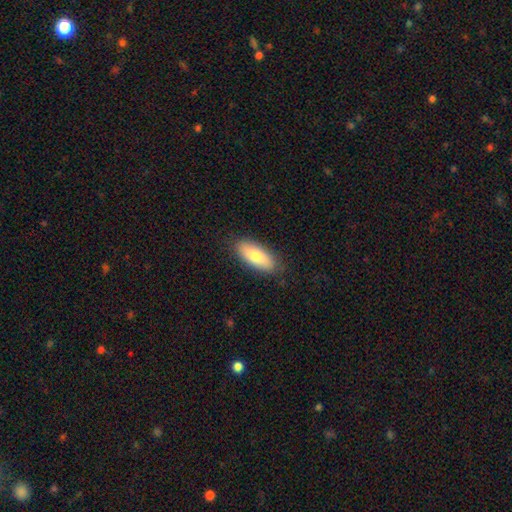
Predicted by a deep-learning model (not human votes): Smooth or featured: smooth — 78% (featured or disk — 16%)
How rounded: in between — 80% (cigar-shaped — 18%)
Merging: none — 87% (minor disturbance — 10%)